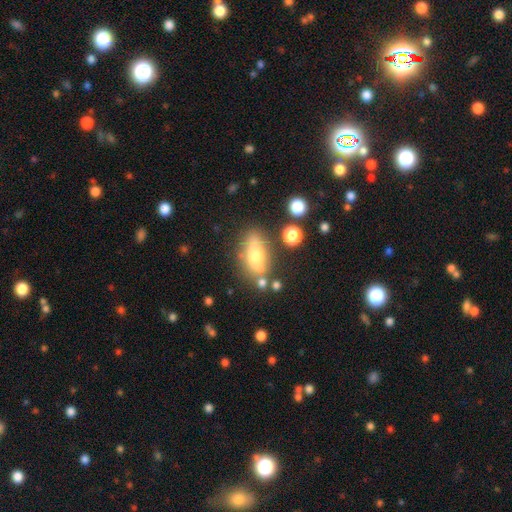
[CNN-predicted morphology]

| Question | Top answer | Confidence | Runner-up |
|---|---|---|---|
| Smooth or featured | smooth | 58% | featured or disk (32%) |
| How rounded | in between | 77% | cigar-shaped (16%) |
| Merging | none | 71% | minor disturbance (16%) |